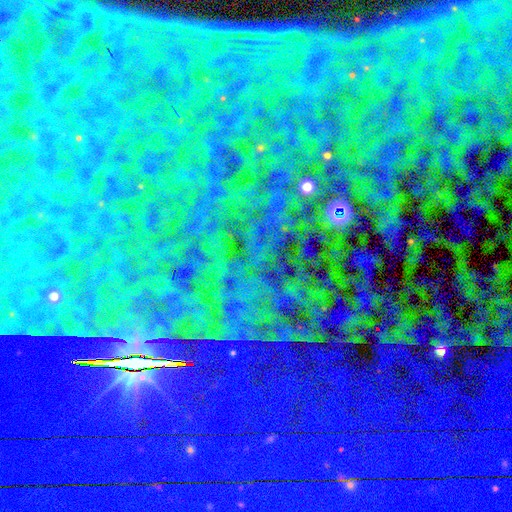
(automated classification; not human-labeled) star or artifact 84%, smooth 8%, featured or disk 8%.